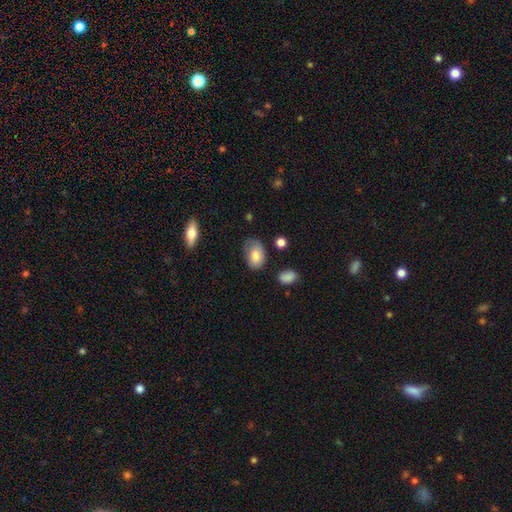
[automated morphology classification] Smooth or featured: smooth — 79% (featured or disk — 14%)
How rounded: in between — 88% (round — 11%)
Merging: none — 51% (minor disturbance — 34%)